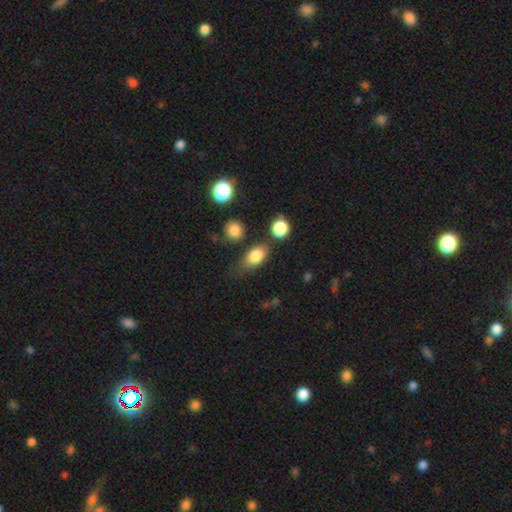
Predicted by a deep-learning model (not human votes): A smooth galaxy with no disk features (82%) that is in between round and cigar-shaped (80%). Merging: none (59%).